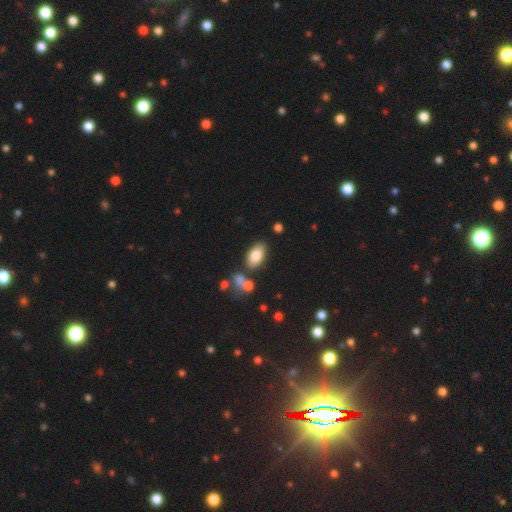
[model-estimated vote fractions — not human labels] This appears to be a smooth galaxy with no disk features (80%) that is in between round and cigar-shaped (93%). Merging: none (76%).